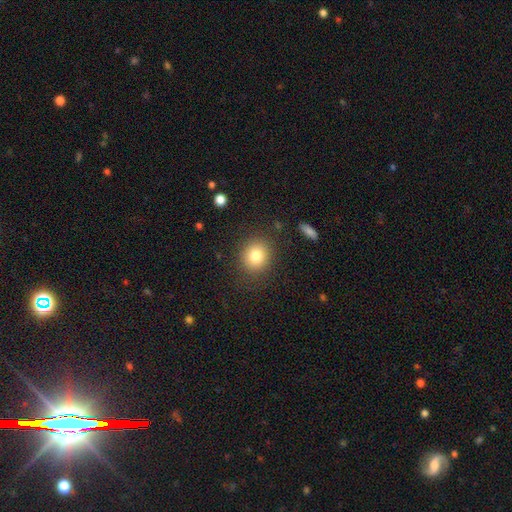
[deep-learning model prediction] Smooth or featured: smooth — 80% (star or artifact — 11%)
How rounded: round — 78% (in between — 21%)
Merging: none — 86% (minor disturbance — 9%)